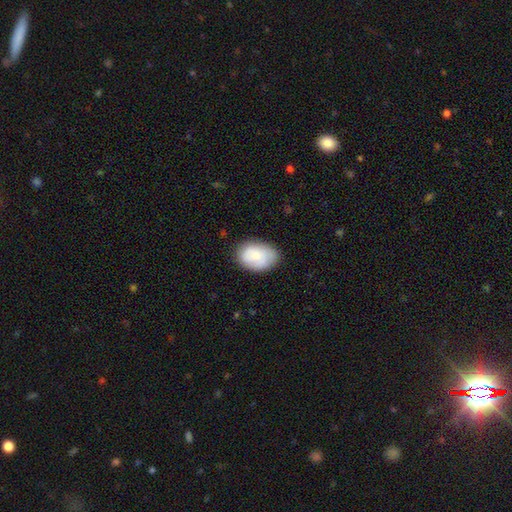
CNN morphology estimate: type=smooth (78%); roundness=in between (84%); merging=none (76%).